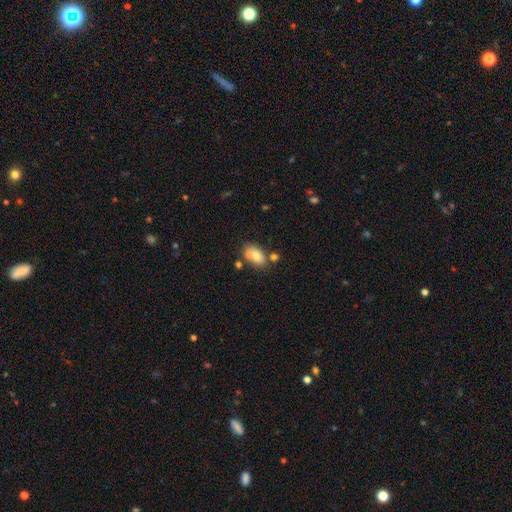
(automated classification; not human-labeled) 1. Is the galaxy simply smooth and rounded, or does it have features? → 75% smooth, 17% featured or disk, 8% star or artifact.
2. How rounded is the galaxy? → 90% in between, 8% round, 2% cigar-shaped.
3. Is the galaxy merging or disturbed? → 58% none, 19% minor disturbance, 18% merger, 5% major disturbance.